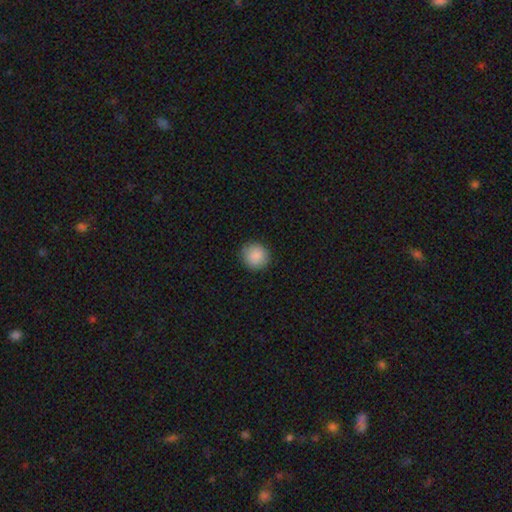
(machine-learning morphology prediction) Smooth or featured? smooth (89%)
How rounded? round (92%)
Merging? none (90%)